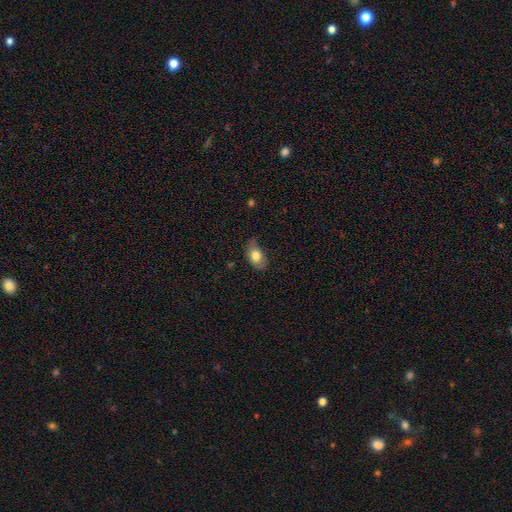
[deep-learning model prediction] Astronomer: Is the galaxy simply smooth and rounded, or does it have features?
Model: smooth — 78%.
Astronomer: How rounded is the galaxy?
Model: in between — 88%.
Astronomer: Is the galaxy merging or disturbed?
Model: none — 67%.